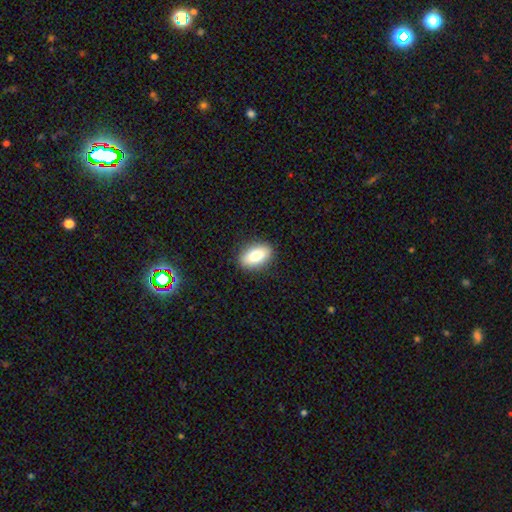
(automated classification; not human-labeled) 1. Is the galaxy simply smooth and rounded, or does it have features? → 79% smooth, 14% featured or disk, 7% star or artifact.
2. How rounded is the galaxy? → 89% in between, 8% round, 3% cigar-shaped.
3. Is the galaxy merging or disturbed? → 89% none, 8% minor disturbance, 2% major disturbance, 1% merger.